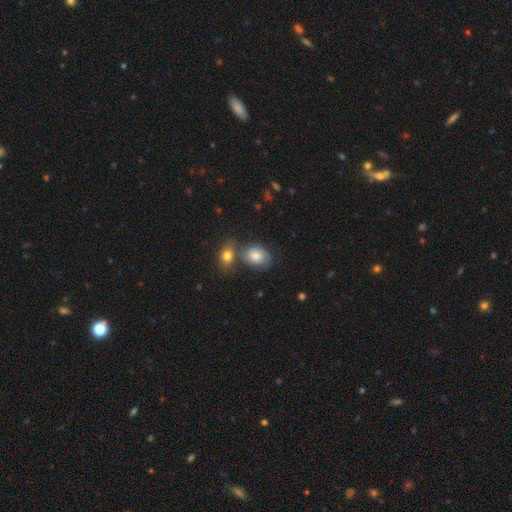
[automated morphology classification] This appears to be a smooth galaxy with no disk features (70%) that is in between round and cigar-shaped (65%). Merging: none (49%).